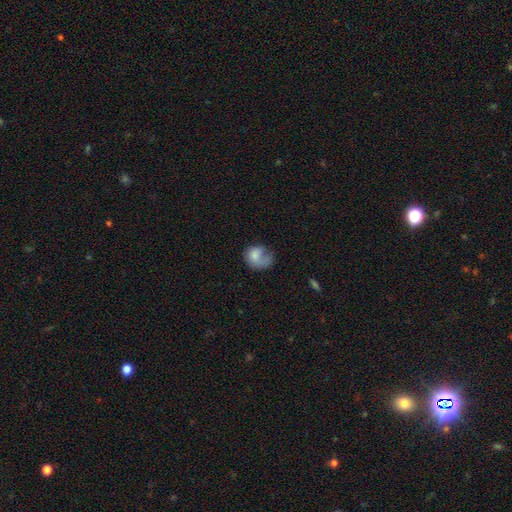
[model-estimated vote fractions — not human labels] Smooth or featured? Predicted: smooth (p=0.65). How rounded? Predicted: round (p=0.52). Merging? Predicted: major disturbance (p=0.40).